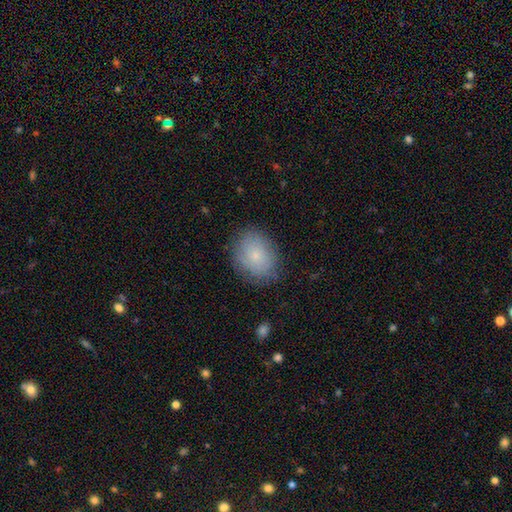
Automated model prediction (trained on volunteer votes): Overall: smooth (76%). How rounded: in between (62%; round 37%). Merging: none (80%).